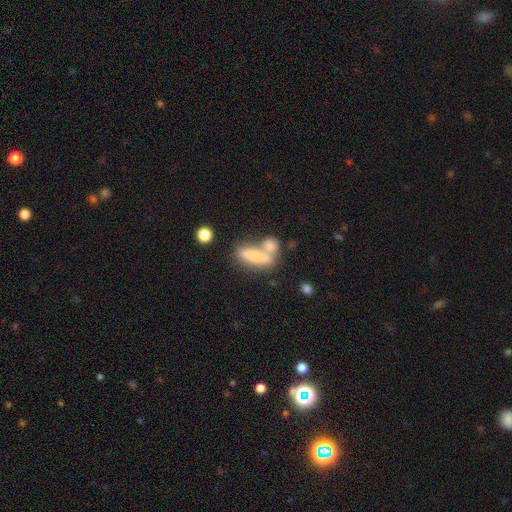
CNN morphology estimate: This is likely a smooth galaxy (70%). How rounded: possibly cigar-shaped (55%). Merging: marginally merger (43%).